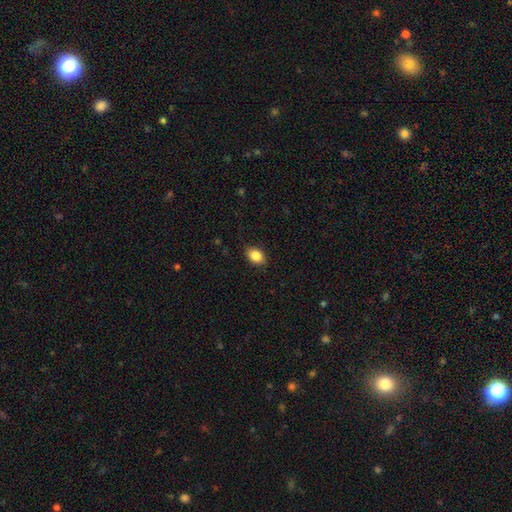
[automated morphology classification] A smooth galaxy with no disk features (86%) that is in between round and cigar-shaped (79%). Merging: none (87%).